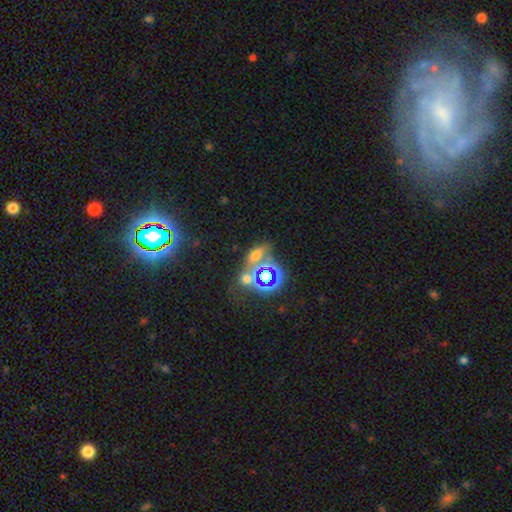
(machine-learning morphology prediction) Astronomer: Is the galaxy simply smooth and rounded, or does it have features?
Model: star or artifact — 45% (runner-up: smooth, 41%).